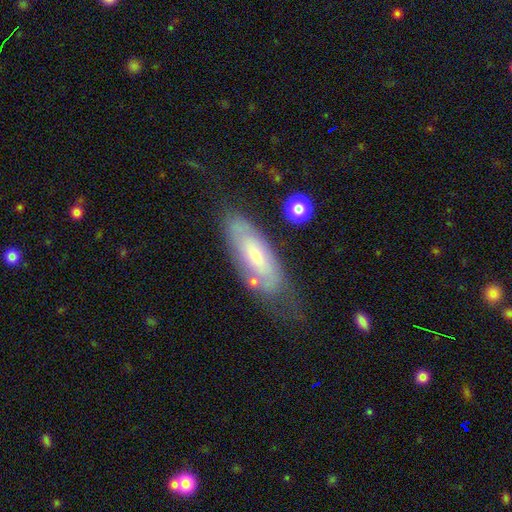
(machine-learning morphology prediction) featured or disk 50%, smooth 43%, star or artifact 7%. Down the decision tree: edge-on disk — no (78%); merging — none (56%).